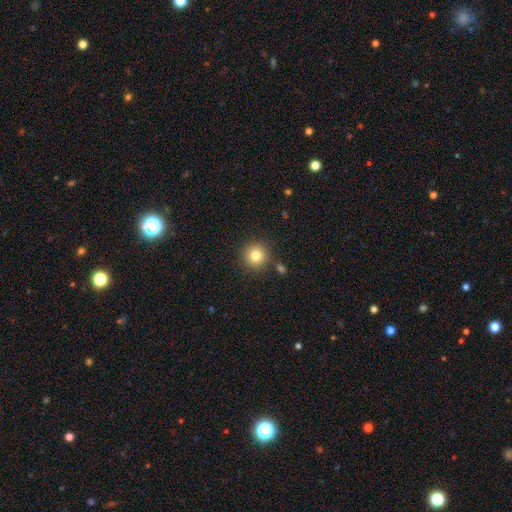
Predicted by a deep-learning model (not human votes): The model was most divided on "smooth or featured": smooth: 81%, star or artifact: 11%, featured or disk: 8%. More confident: how rounded — round (94%); merging — none (85%).